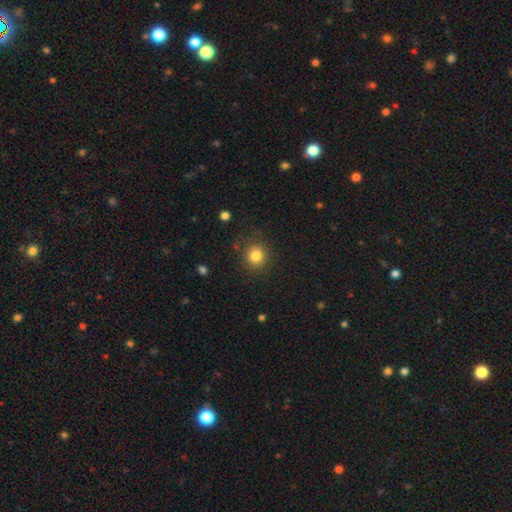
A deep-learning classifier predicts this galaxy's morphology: The model was most divided on "smooth or featured": smooth: 83%, star or artifact: 11%, featured or disk: 6%. More confident: how rounded — round (86%); merging — none (86%).